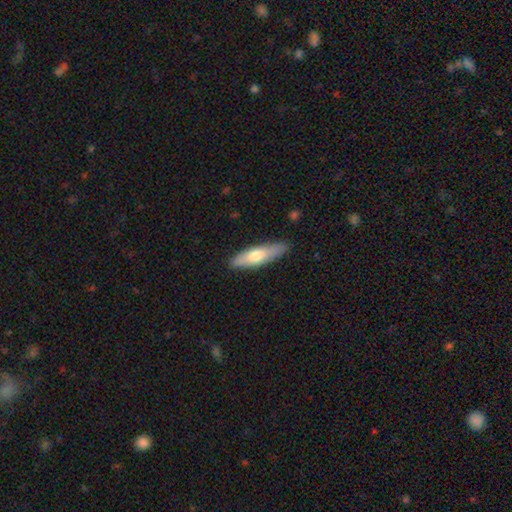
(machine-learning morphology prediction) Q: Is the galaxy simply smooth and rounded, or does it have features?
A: smooth — 65%.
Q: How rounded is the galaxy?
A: cigar-shaped — 66%.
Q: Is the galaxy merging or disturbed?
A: none — 86%.